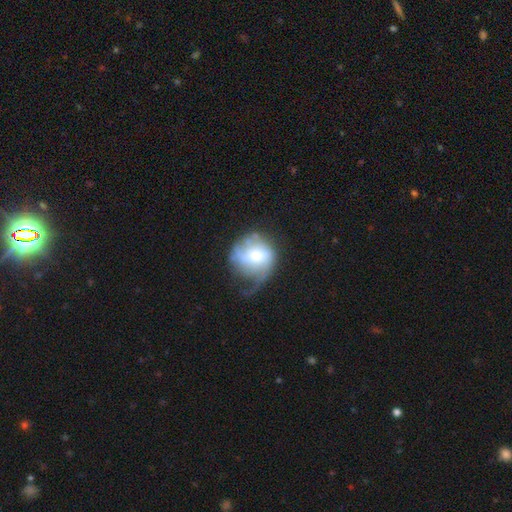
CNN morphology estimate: A featured or disk galaxy (50%). Merging: major disturbance (40%).